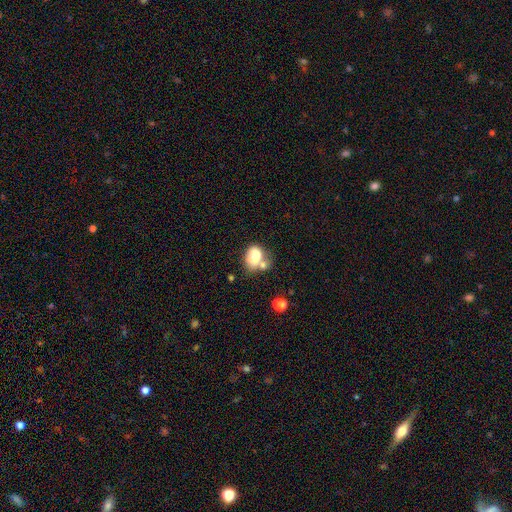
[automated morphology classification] Smooth or featured?
  - smooth: 72% *
  - featured or disk: 19%
  - star or artifact: 9%
How rounded?
  - in between: 65% *
  - round: 34%
  - cigar-shaped: 1%
Merging?
  - merger: 44% *
  - none: 30%
  - minor disturbance: 17%
  - major disturbance: 9%